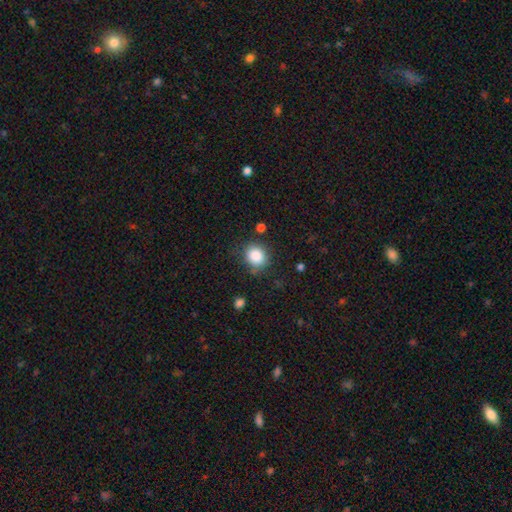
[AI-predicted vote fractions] Smooth or featured?
  - smooth: 86% *
  - star or artifact: 9%
  - featured or disk: 4%
How rounded?
  - round: 75% *
  - in between: 24%
  - cigar-shaped: 1%
Merging?
  - none: 79% *
  - minor disturbance: 13%
  - major disturbance: 5%
  - merger: 3%